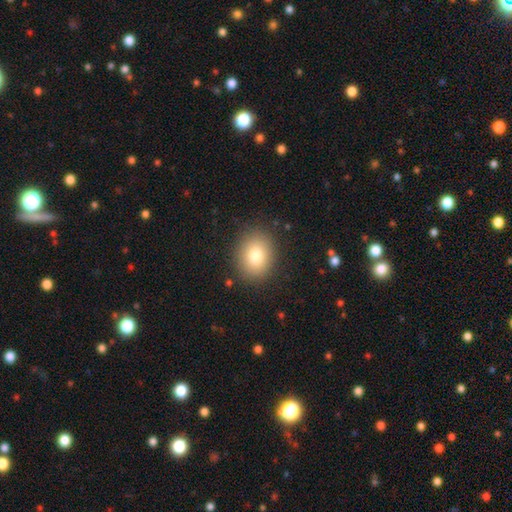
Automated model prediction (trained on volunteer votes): Q: Smooth or featured?
A: smooth (80%); runner-up: star or artifact (10%)
Q: How rounded?
A: round (52%); runner-up: in between (47%)
Q: Merging?
A: none (88%); runner-up: minor disturbance (8%)